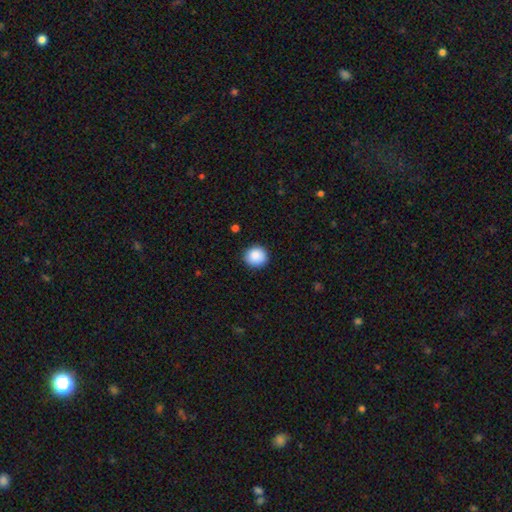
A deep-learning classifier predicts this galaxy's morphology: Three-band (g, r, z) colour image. It shows a smooth galaxy with no disk features (89%) that is round (88%). Merging: none (89%).